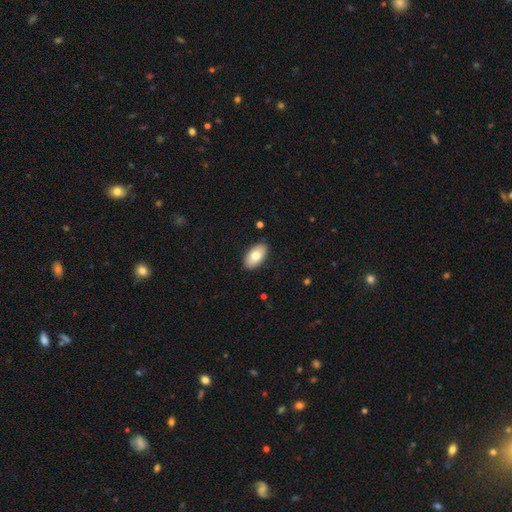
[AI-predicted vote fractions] A smooth galaxy with no disk features (76%) that is in between round and cigar-shaped (94%). Merging: none (88%).